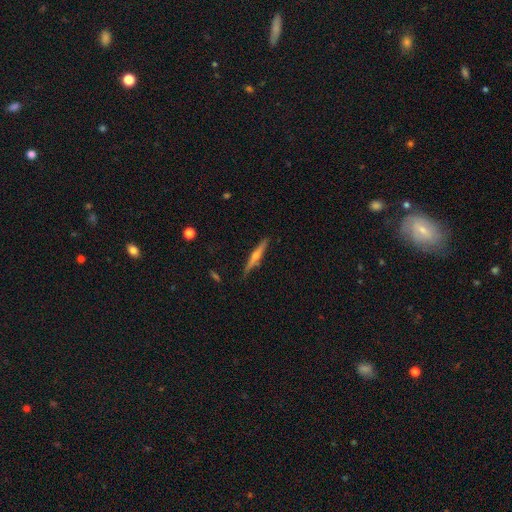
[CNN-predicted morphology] Smooth or featured?
  - featured or disk: 69% *
  - smooth: 24%
  - star or artifact: 6%
Edge-on disk?
  - yes: 97% *
  - no: 3%
Edge-on bulge?
  - rounded: 89% *
  - none: 7%
  - boxy: 4%
Merging?
  - none: 86% *
  - minor disturbance: 10%
  - major disturbance: 2%
  - merger: 2%